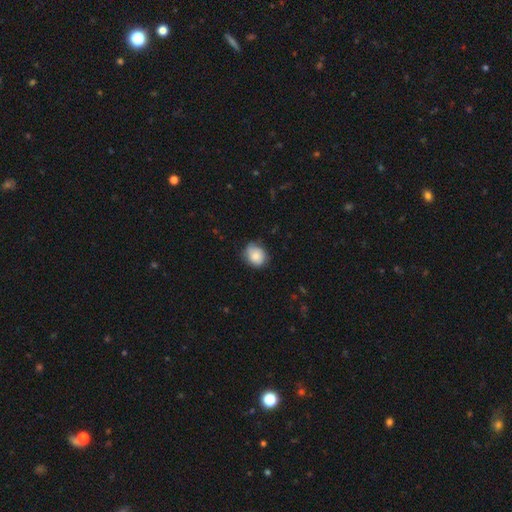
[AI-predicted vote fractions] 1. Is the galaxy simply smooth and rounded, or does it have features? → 75% smooth, 17% featured or disk, 8% star or artifact.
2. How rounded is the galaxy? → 64% round, 35% in between, 1% cigar-shaped.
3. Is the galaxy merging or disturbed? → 65% none, 27% minor disturbance, 6% major disturbance, 1% merger.